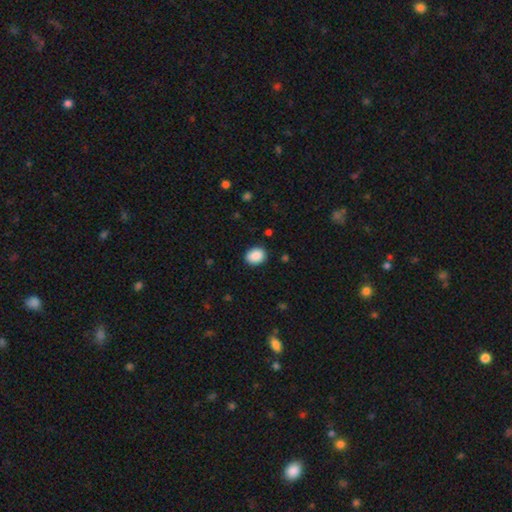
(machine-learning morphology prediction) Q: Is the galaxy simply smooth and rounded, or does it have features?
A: smooth — 90%.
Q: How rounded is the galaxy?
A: in between — 59%.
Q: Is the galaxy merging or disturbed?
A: none — 88%.